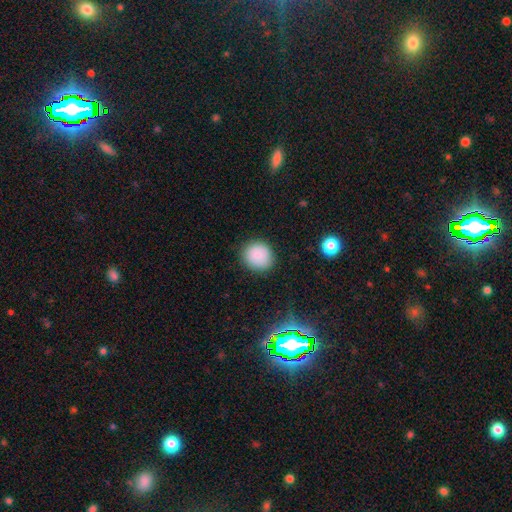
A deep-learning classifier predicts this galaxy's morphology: smooth_or_featured: smooth (p=0.87) [alt: star or artifact p=0.09]
how_rounded: round (p=0.88) [alt: in between p=0.11]
merging: none (p=0.88) [alt: minor disturbance p=0.09]